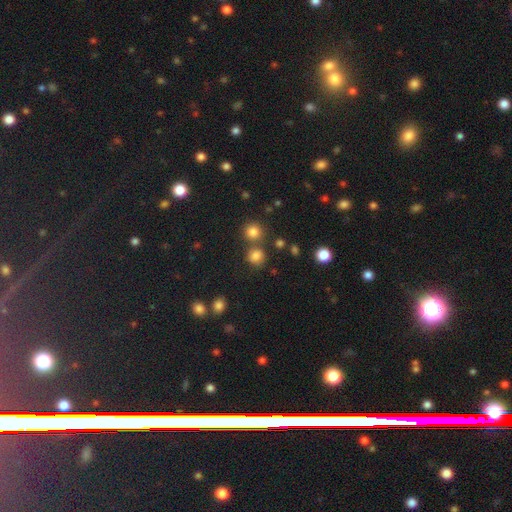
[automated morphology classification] smooth 79%, star or artifact 15%, featured or disk 6%. Down the decision tree: how rounded — round (87%); merging — none (69%).